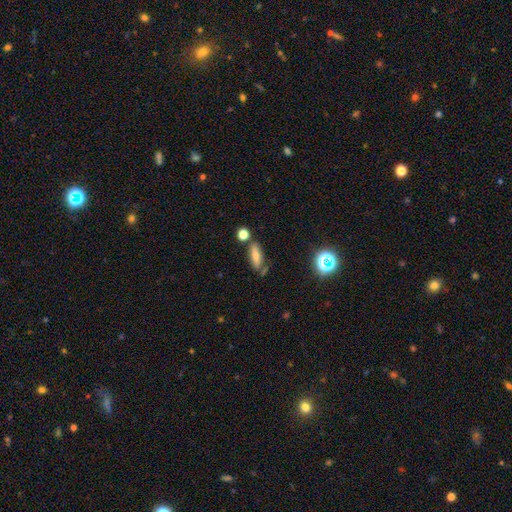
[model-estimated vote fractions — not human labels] A smooth galaxy with no disk features (64%) that is in between round and cigar-shaped (56%). Merging: none (65%).